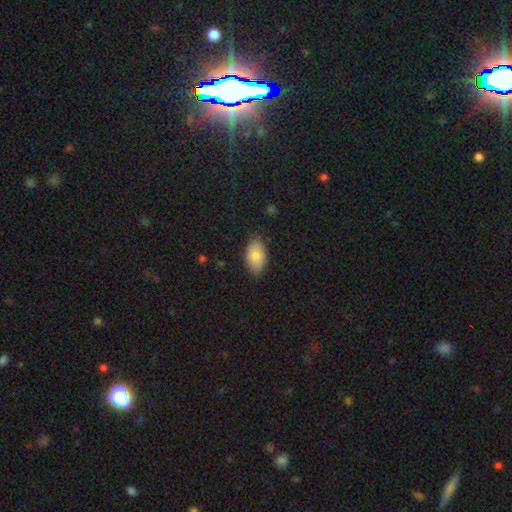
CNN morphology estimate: smooth-or-featured: smooth: 82% | featured or disk: 11% | star or artifact: 7%
  how-rounded: in between: 91% | round: 7% | cigar-shaped: 2%
  merging: none: 76% | minor disturbance: 19% | major disturbance: 3% | merger: 1%